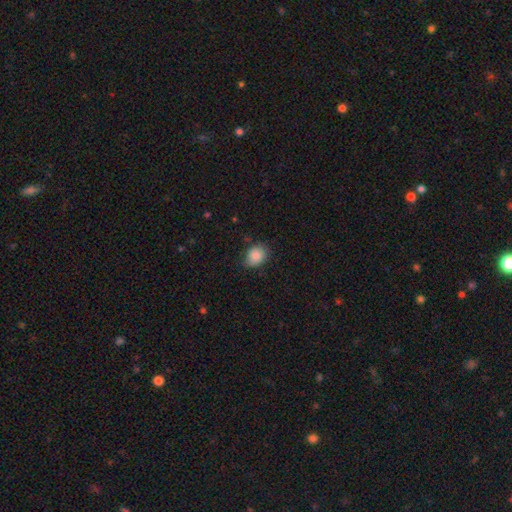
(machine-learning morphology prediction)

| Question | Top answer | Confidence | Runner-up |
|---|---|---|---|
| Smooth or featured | smooth | 86% | star or artifact (8%) |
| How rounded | in between | 53% | round (46%) |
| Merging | none | 70% | minor disturbance (24%) |